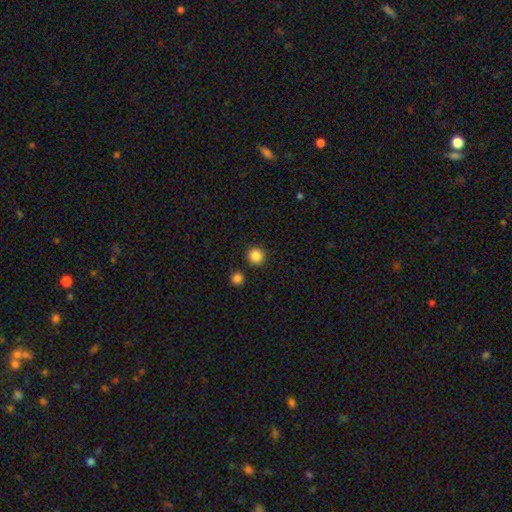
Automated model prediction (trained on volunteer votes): Smooth or featured? smooth (85%)
How rounded? round (95%)
Merging? none (89%)